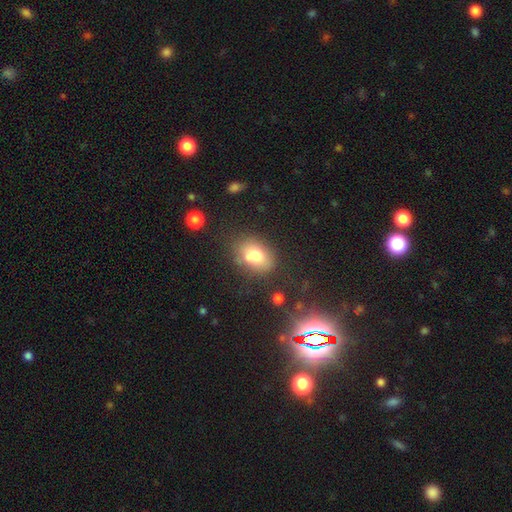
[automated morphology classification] A smooth galaxy with no disk features (74%) that is in between round and cigar-shaped (71%).

Vote fractions:
- Smooth or featured? smooth: 74% / featured or disk: 16% / star or artifact: 10%
- How rounded? in between: 71% / round: 27% / cigar-shaped: 1%
- Merging? none: 61% / minor disturbance: 19% / merger: 13% / major disturbance: 7%